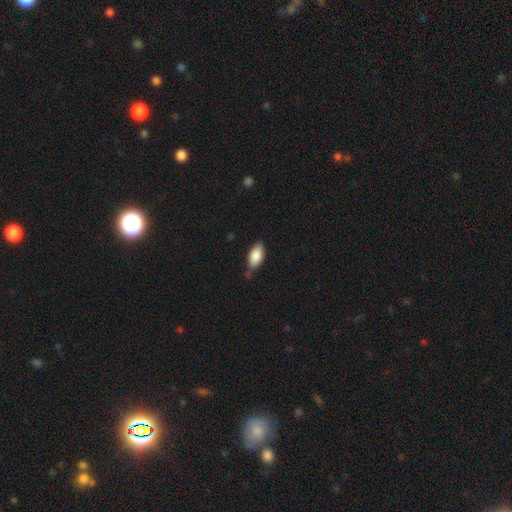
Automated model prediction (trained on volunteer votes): This is clearly a smooth galaxy (87%). How rounded: clearly in between (93%). Merging: likely none (71%).